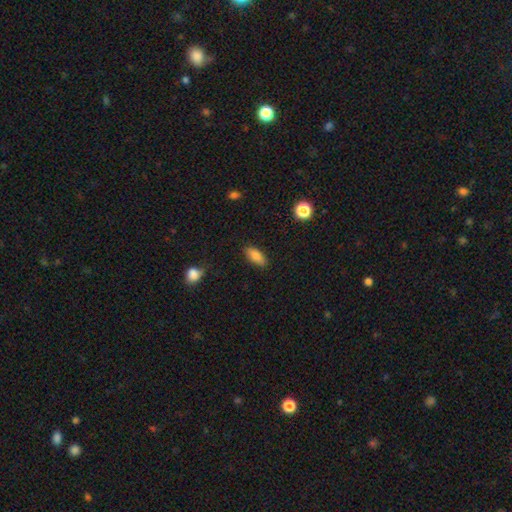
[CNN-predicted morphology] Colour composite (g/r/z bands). It shows a smooth galaxy with no disk features (83%) that is in between round and cigar-shaped (80%). Merging: none (85%).